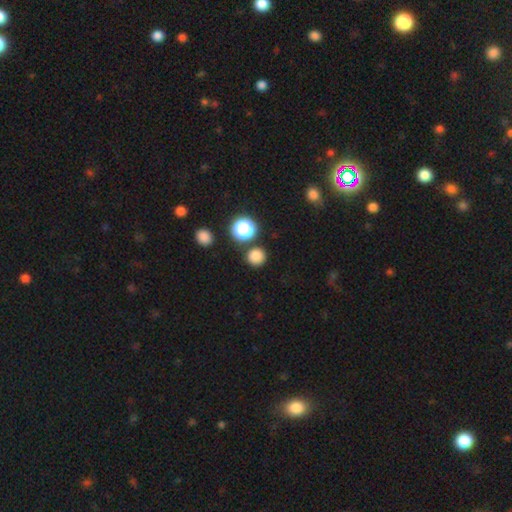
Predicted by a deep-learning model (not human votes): Smooth or featured? Predicted: smooth (p=0.81). How rounded? Predicted: round (p=0.92). Merging? Predicted: none (p=0.84).